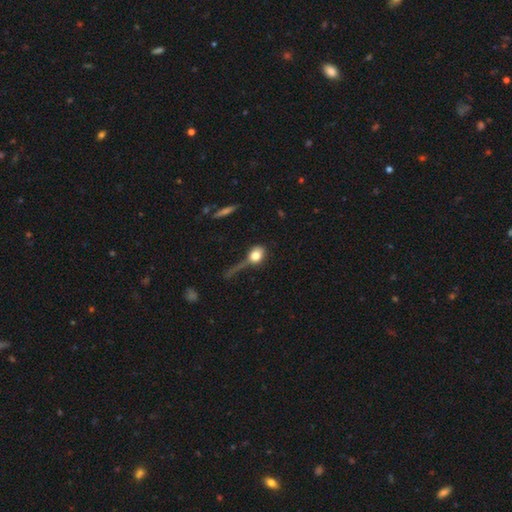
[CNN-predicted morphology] A smooth galaxy with no disk features (76%) that is round (52%). Merging: major disturbance (35%).